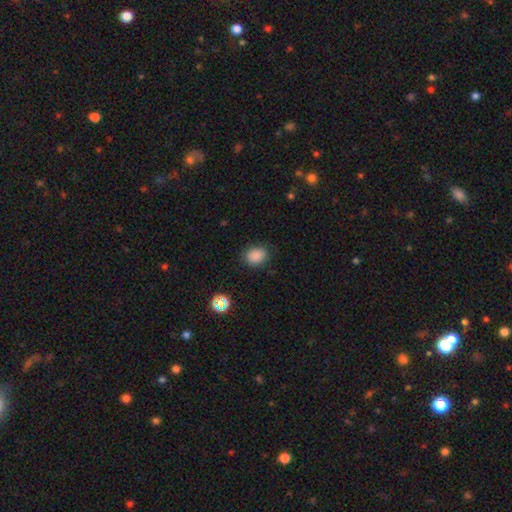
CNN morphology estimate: This is clearly a smooth galaxy (85%). How rounded: possibly in between (60%). Merging: clearly none (84%).